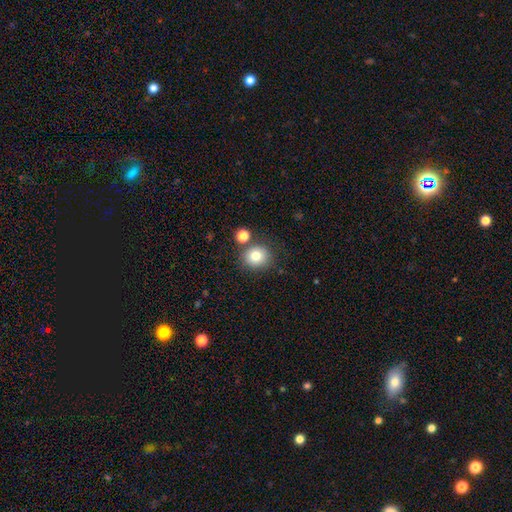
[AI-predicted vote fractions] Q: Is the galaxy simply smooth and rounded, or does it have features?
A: smooth — 79%.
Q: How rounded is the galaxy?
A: round — 83%.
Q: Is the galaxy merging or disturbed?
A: none — 76%.